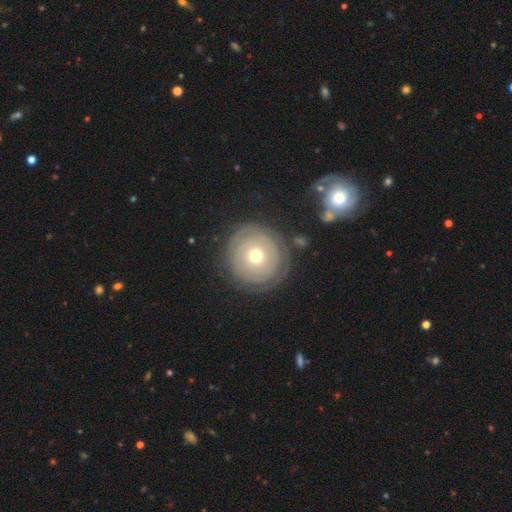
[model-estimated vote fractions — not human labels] Smooth or featured: featured or disk — 54% (smooth — 39%)
Edge-on disk: no — 96% (yes — 4%)
Bar: no — 89% (weak — 8%)
Spiral arms: yes — 56% (no — 44%)
Bulge size: moderate — 65% (small — 28%)
Merging: none — 78% (minor disturbance — 13%)